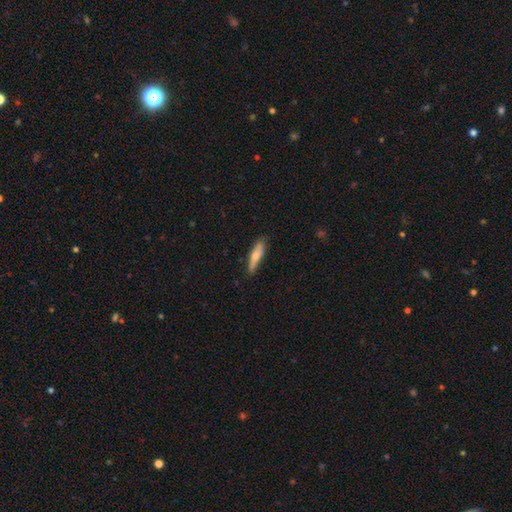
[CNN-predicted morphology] This is possibly a smooth galaxy (59%). How rounded: likely cigar-shaped (78%). Merging: clearly none (83%).